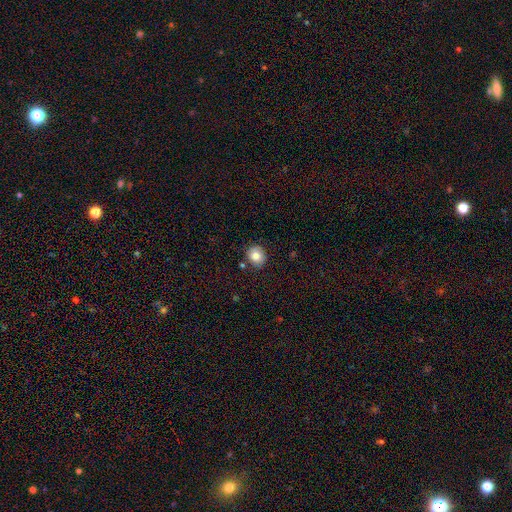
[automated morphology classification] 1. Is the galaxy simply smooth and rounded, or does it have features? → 82% smooth, 10% star or artifact, 8% featured or disk.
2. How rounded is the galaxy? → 82% round, 17% in between, 1% cigar-shaped.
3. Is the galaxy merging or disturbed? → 82% none, 12% minor disturbance, 3% merger, 3% major disturbance.